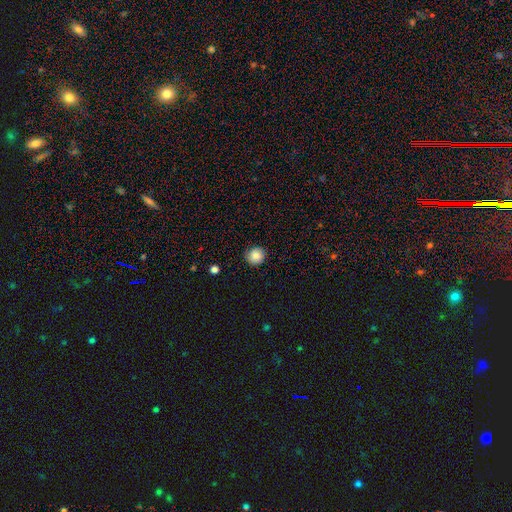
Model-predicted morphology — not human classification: smooth 83%, star or artifact 9%, featured or disk 8%. Down the decision tree: how rounded — round (91%); merging — none (86%).